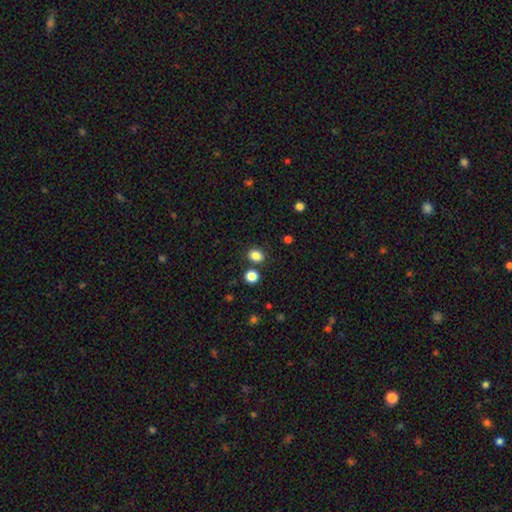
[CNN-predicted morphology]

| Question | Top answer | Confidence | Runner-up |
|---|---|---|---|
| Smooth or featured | smooth | 84% | star or artifact (12%) |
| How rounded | round | 53% | in between (46%) |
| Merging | none | 79% | merger (9%) |